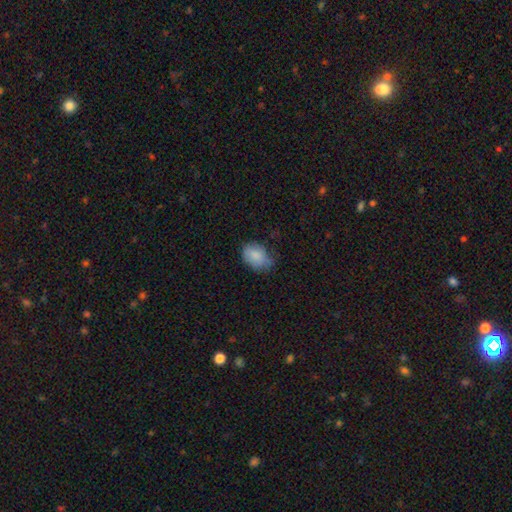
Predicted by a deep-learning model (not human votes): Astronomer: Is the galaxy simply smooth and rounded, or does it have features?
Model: smooth — 84%.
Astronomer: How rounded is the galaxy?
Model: in between — 82%.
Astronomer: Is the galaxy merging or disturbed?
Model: none — 56% (runner-up: minor disturbance, 34%).